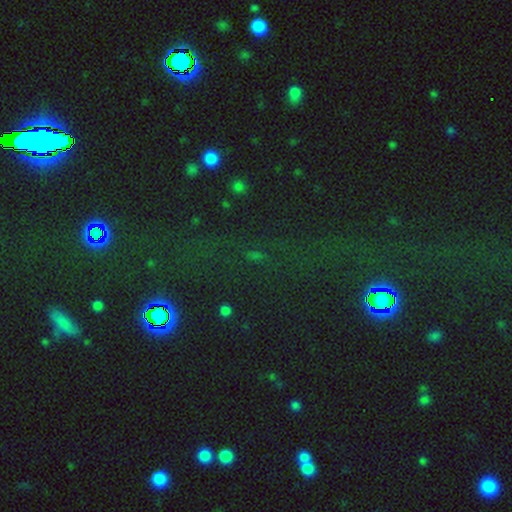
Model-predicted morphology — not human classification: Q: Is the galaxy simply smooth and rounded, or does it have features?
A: star or artifact — 72%.